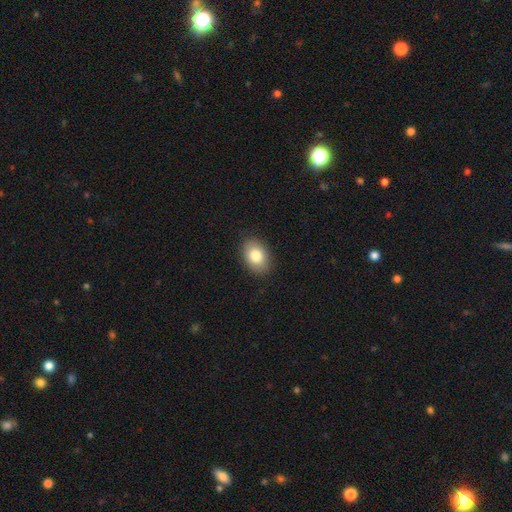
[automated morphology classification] type=smooth (81%); roundness=in between (81%); merging=none (88%).